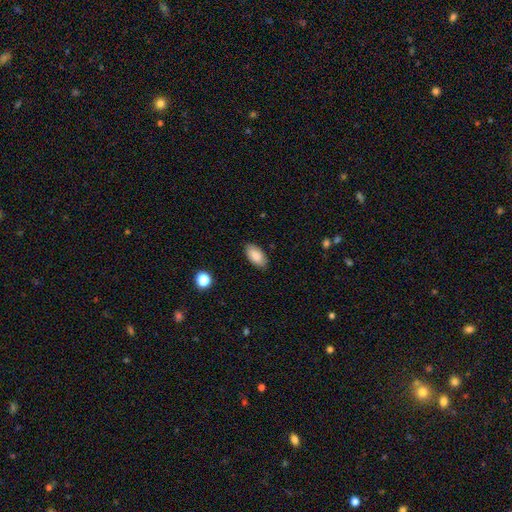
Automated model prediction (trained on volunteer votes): Overall: smooth (86%). How rounded: in between (95%). Merging: none (84%).